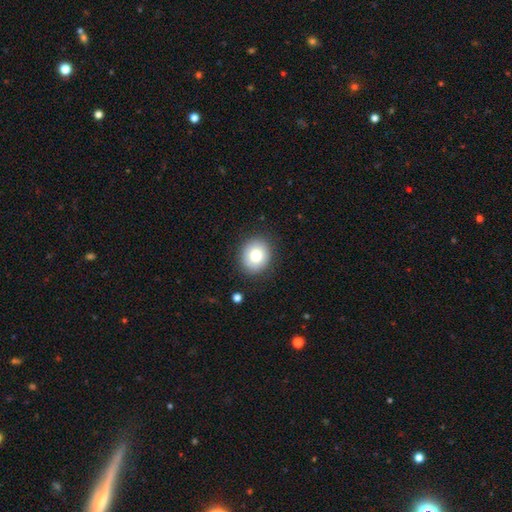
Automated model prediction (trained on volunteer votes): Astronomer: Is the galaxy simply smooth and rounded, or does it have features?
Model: smooth — 77%.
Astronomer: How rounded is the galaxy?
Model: round — 73%.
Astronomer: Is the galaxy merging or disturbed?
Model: none — 87%.